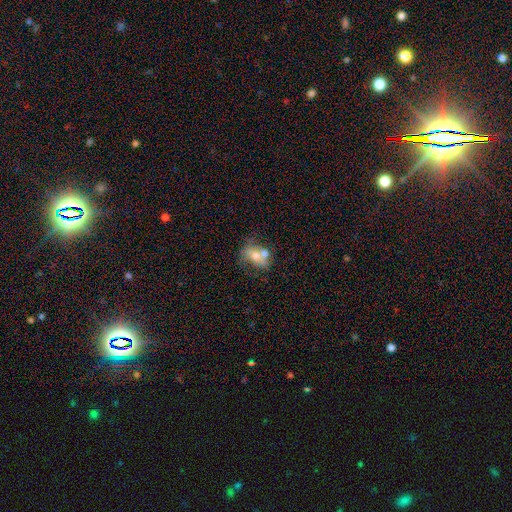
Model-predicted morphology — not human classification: Q: Smooth or featured?
A: smooth (54%); runner-up: featured or disk (37%)
Q: How rounded?
A: in between (67%); runner-up: round (31%)
Q: Merging?
A: merger (42%); runner-up: none (34%)